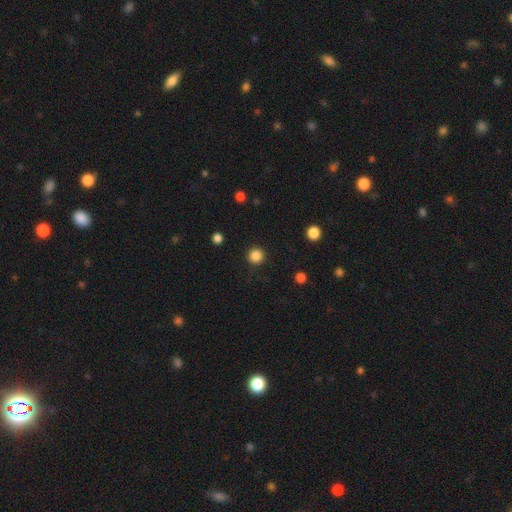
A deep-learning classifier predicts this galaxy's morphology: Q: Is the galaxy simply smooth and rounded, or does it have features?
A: smooth — 85%.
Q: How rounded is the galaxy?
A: round — 96%.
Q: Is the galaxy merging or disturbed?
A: none — 92%.